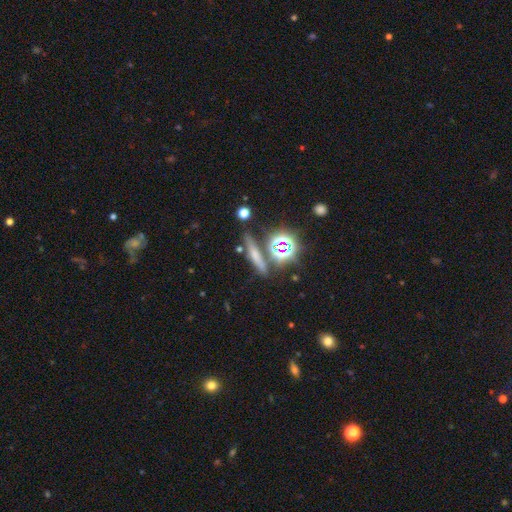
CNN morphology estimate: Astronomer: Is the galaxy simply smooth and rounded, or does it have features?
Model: smooth — 45% (runner-up: featured or disk, 28%).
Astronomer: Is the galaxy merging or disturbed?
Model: none — 77%.